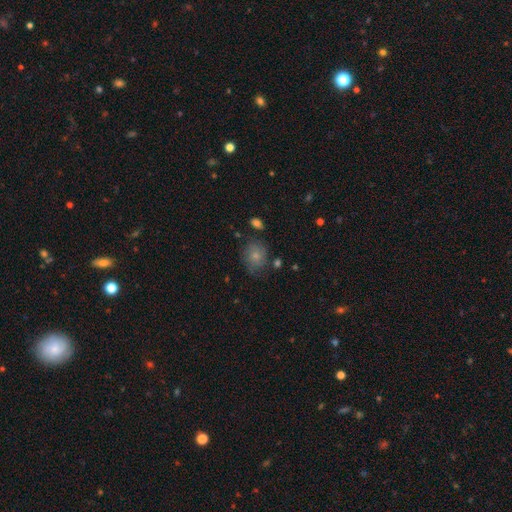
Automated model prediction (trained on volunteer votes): A smooth galaxy with no disk features (76%) that is round (64%). Merging: none (66%).